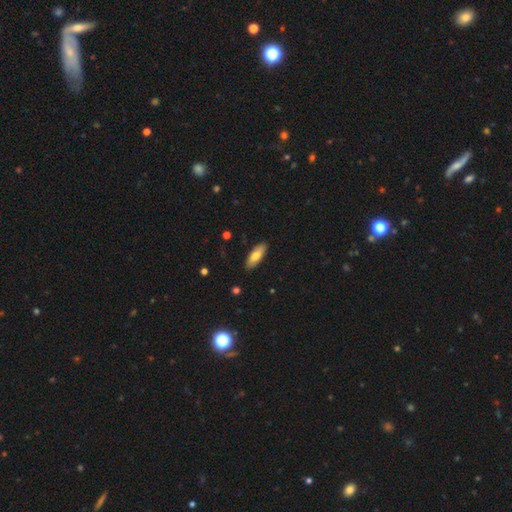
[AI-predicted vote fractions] A smooth galaxy with no disk features (75%) that is in between round and cigar-shaped (70%).

Vote fractions:
- Smooth or featured? smooth: 75% / featured or disk: 19% / star or artifact: 6%
- How rounded? in between: 70% / cigar-shaped: 28% / round: 2%
- Merging? none: 89% / minor disturbance: 9% / major disturbance: 2% / merger: 1%